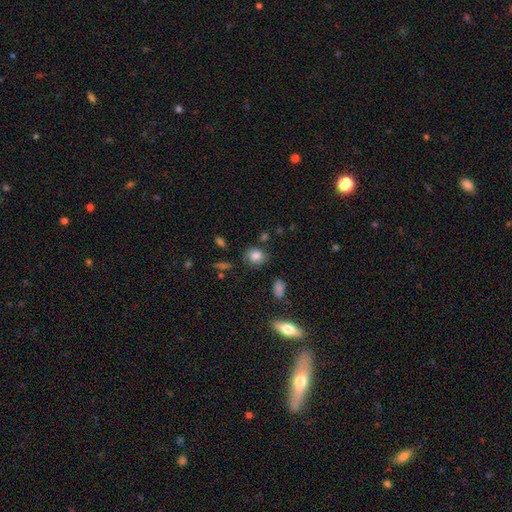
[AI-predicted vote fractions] Smooth or featured: smooth — 82% (star or artifact — 9%)
How rounded: round — 60% (in between — 38%)
Merging: none — 78% (minor disturbance — 15%)